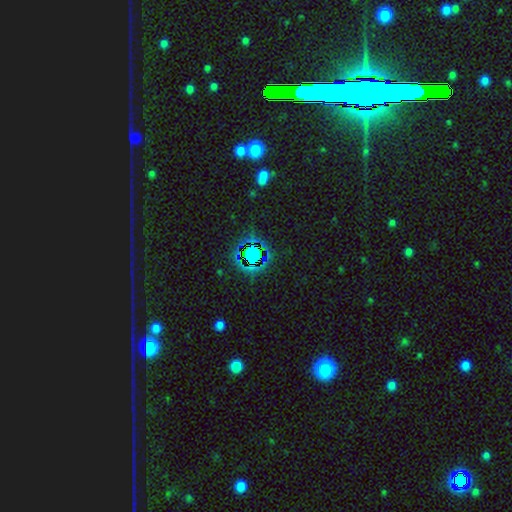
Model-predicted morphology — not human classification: This appears to be a star or artifact, not a galaxy (70%).